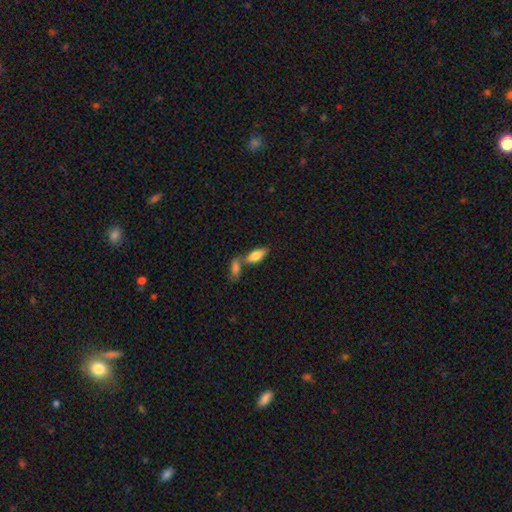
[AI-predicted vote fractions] Smooth or featured?
  - smooth: 78% *
  - featured or disk: 16%
  - star or artifact: 6%
How rounded?
  - in between: 79% *
  - cigar-shaped: 18%
  - round: 3%
Merging?
  - none: 47% *
  - merger: 40%
  - minor disturbance: 10%
  - major disturbance: 4%